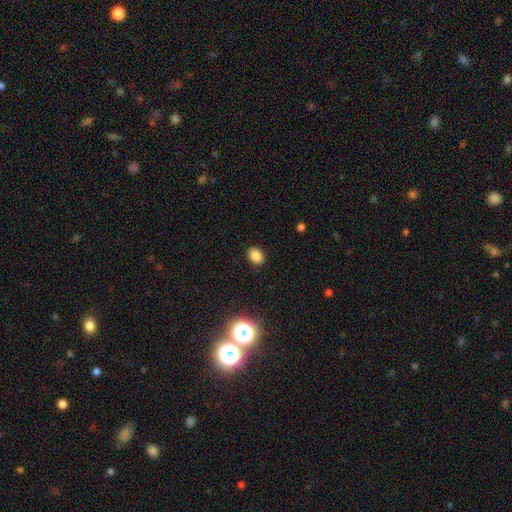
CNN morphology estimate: This appears to be a smooth galaxy with no disk features (84%) that is in between round and cigar-shaped (67%). Merging: none (88%).